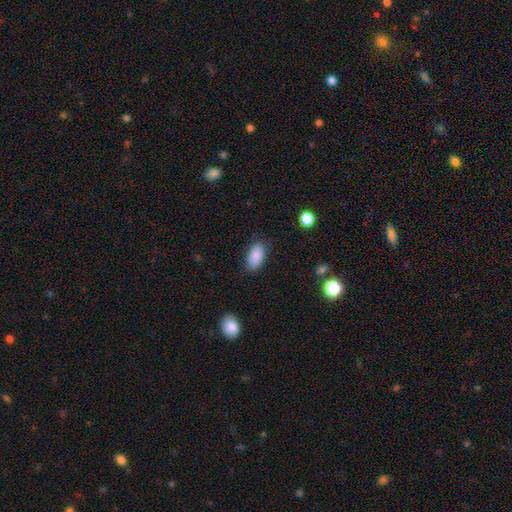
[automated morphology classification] smooth-or-featured: smooth: 85% | star or artifact: 7% | featured or disk: 7%
  how-rounded: in between: 93% | round: 4% | cigar-shaped: 3%
  merging: none: 80% | minor disturbance: 15% | major disturbance: 3% | merger: 1%